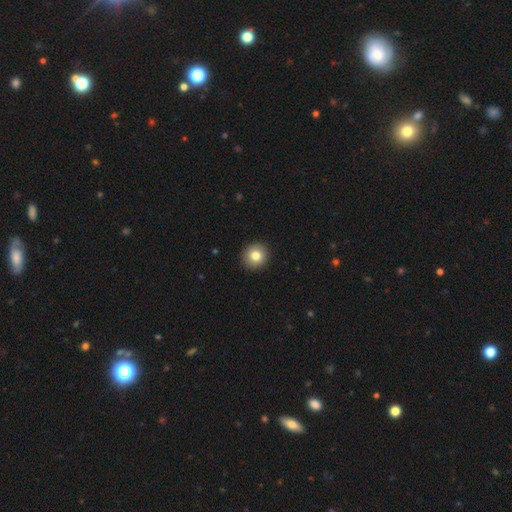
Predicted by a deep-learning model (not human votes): Smooth or featured?
  - smooth: 81% *
  - featured or disk: 10%
  - star or artifact: 10%
How rounded?
  - round: 91% *
  - in between: 8%
  - cigar-shaped: 1%
Merging?
  - none: 93% *
  - minor disturbance: 5%
  - major disturbance: 2%
  - merger: 1%